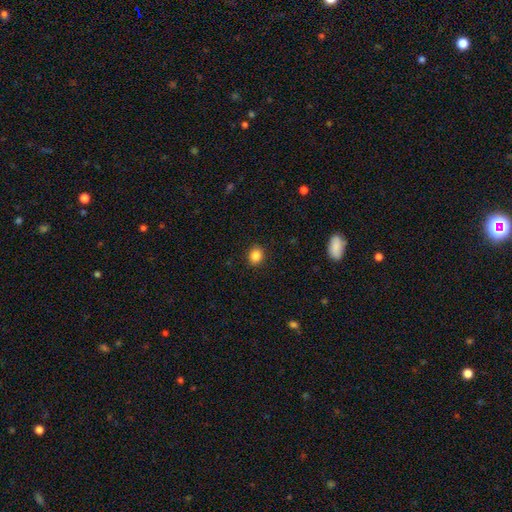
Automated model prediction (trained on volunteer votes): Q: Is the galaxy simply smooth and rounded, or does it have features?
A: smooth — 86%.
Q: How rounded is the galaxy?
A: round — 69%.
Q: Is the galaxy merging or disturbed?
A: none — 91%.